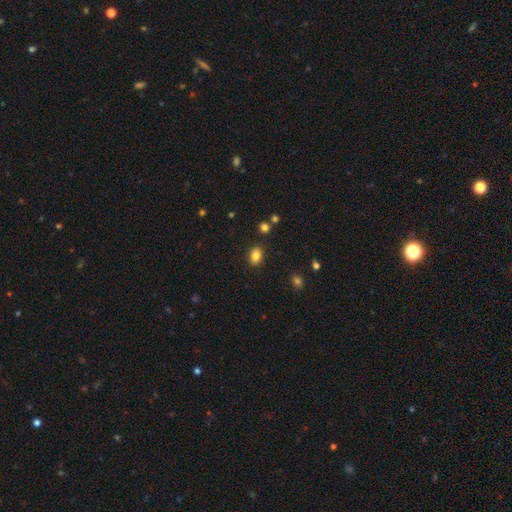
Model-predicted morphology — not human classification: type=smooth (84%); roundness=in between (71%); merging=none (87%).